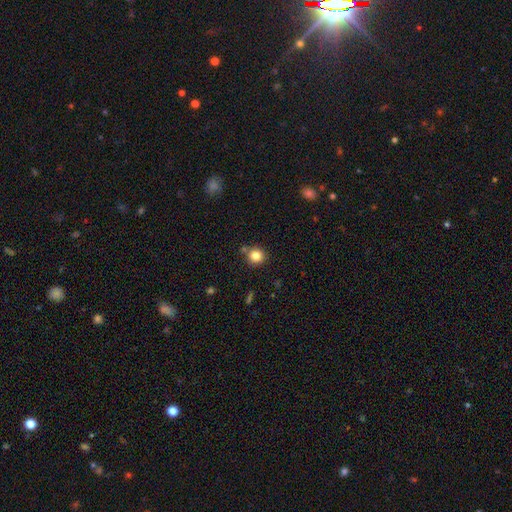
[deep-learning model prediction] Smooth or featured?
  - smooth: 82% *
  - star or artifact: 11%
  - featured or disk: 6%
How rounded?
  - round: 91% *
  - in between: 8%
  - cigar-shaped: 1%
Merging?
  - none: 79% *
  - minor disturbance: 10%
  - merger: 9%
  - major disturbance: 3%